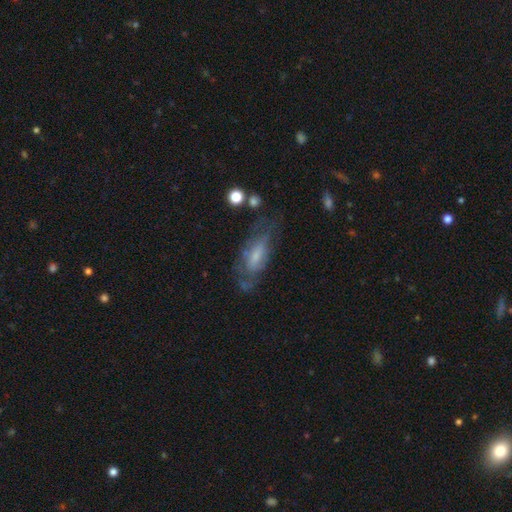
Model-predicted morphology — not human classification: A featured or disk galaxy (50%).

Vote fractions:
- Smooth or featured? featured or disk: 50% / smooth: 40% / star or artifact: 10%
- Merging? none: 54% / minor disturbance: 25% / major disturbance: 18% / merger: 4%